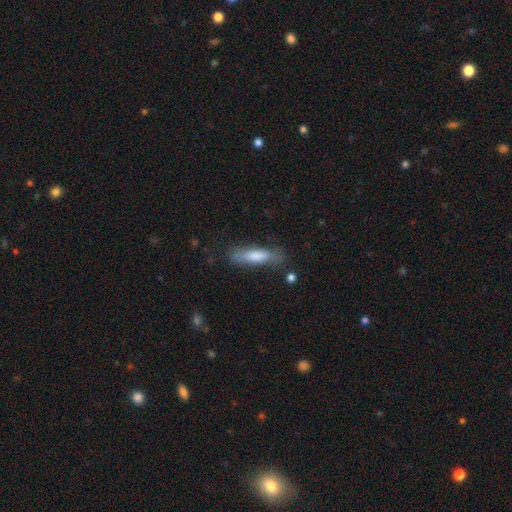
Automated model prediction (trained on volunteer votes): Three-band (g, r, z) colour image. It shows a smooth galaxy with no disk features (58%) that is cigar-shaped (74%). Merging: none (76%).